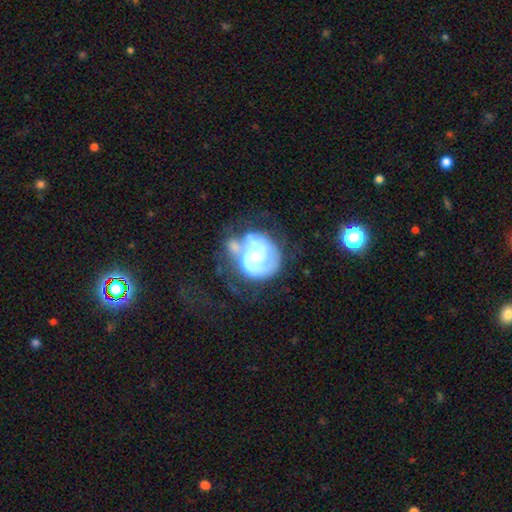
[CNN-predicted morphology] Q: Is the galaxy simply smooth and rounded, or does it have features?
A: featured or disk — 77%.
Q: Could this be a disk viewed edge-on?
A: no — 98%.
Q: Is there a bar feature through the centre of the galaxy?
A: no — 68%.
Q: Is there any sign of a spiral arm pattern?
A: yes — 81%.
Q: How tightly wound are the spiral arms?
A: tight — 46%.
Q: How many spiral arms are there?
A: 2 — 53%.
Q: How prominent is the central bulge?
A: small — 41%.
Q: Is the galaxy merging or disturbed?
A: none — 37%.